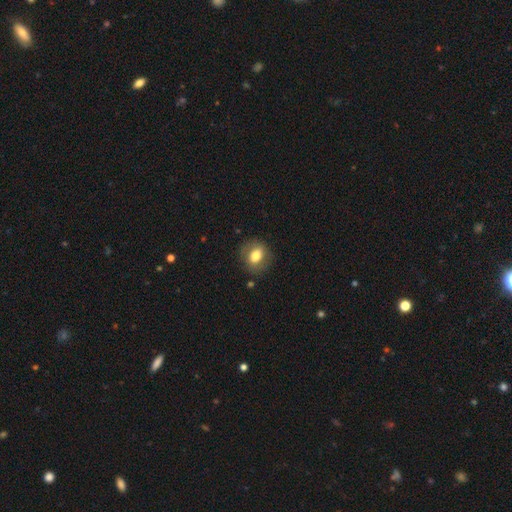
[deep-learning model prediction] Overall: smooth (70%). How rounded: in between (54%; round 45%). Merging: none (79%).